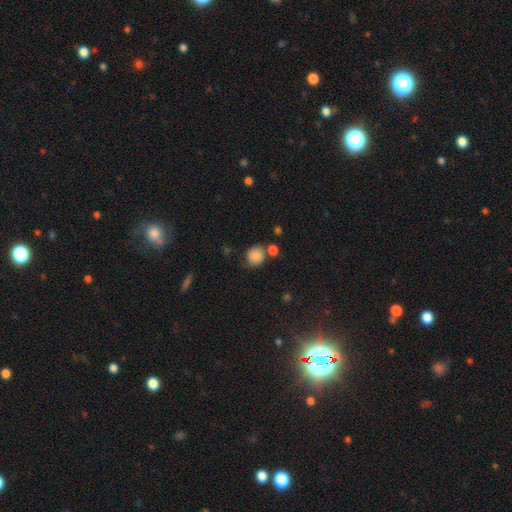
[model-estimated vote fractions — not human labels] Smooth or featured?
  - smooth: 85% *
  - star or artifact: 9%
  - featured or disk: 6%
How rounded?
  - round: 82% *
  - in between: 17%
  - cigar-shaped: 1%
Merging?
  - none: 66% *
  - merger: 15%
  - minor disturbance: 15%
  - major disturbance: 5%